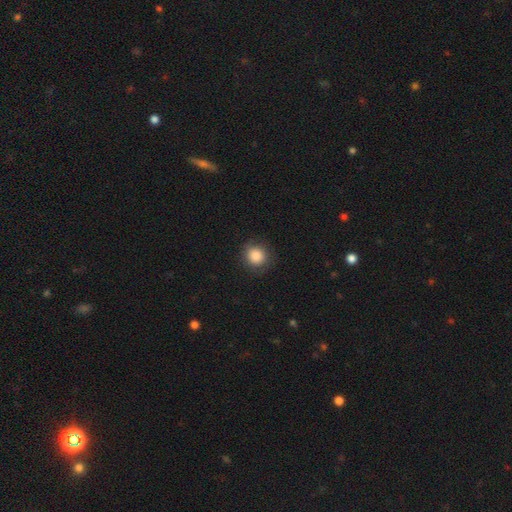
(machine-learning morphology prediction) This is clearly a smooth galaxy (86%). How rounded: clearly round (90%). Merging: clearly none (86%).